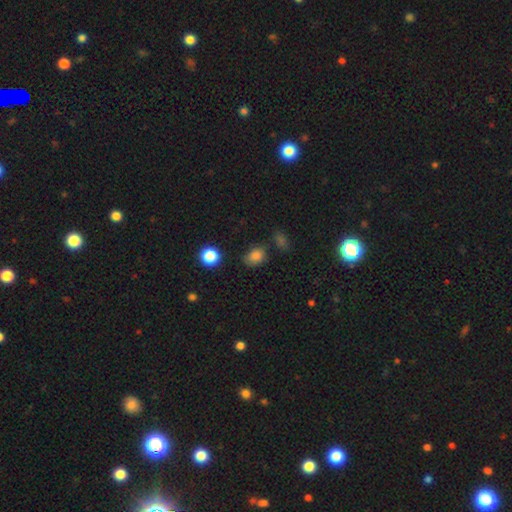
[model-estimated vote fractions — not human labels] Smooth or featured? Predicted: smooth (p=0.81). How rounded? Predicted: in between (p=0.65). Merging? Predicted: none (p=0.67).